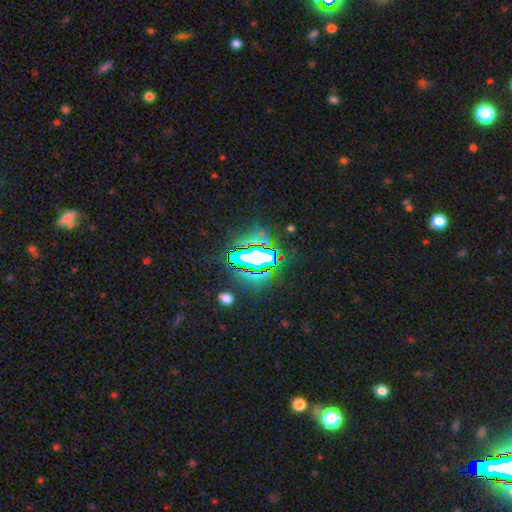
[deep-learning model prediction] Q: Smooth or featured?
A: star or artifact (70%); runner-up: smooth (15%)